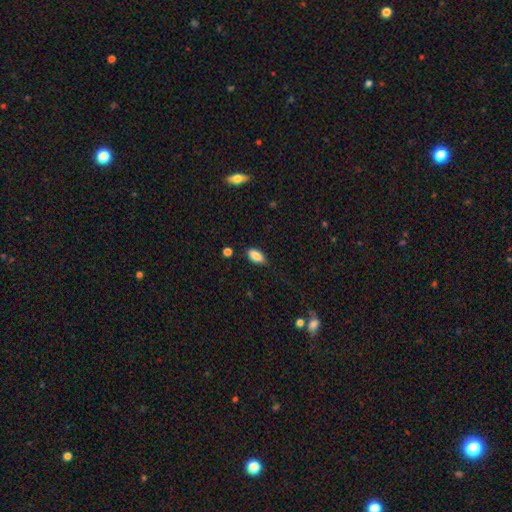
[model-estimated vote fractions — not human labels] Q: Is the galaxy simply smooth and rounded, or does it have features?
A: smooth — 87%.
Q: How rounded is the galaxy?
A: in between — 88%.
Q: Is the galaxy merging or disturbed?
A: none — 78%.